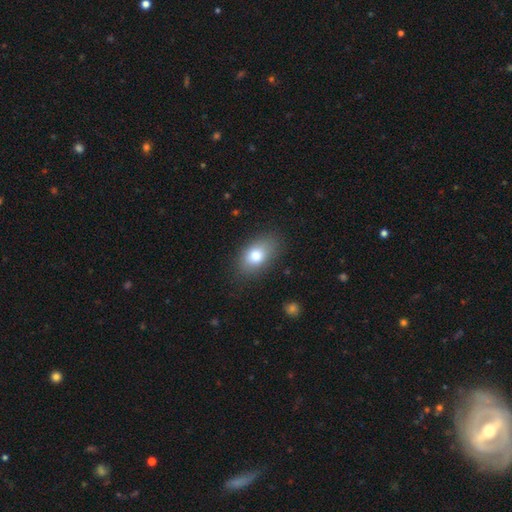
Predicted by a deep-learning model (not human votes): Morphology: type=smooth (79%); roundness=in between (88%); merging=none (82%).